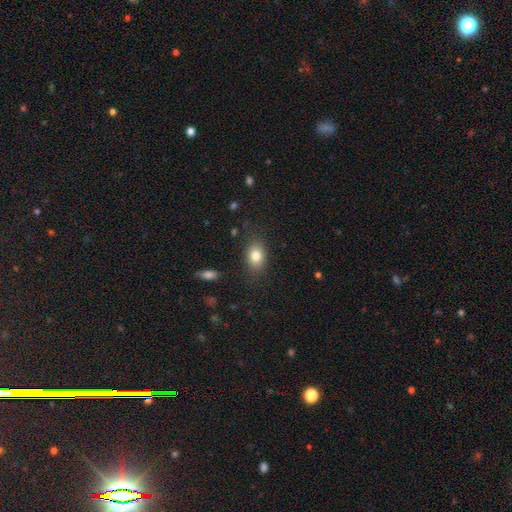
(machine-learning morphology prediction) Smooth or featured?
  - smooth: 80% *
  - featured or disk: 10%
  - star or artifact: 10%
How rounded?
  - in between: 72% *
  - round: 26%
  - cigar-shaped: 2%
Merging?
  - none: 82% *
  - minor disturbance: 13%
  - major disturbance: 4%
  - merger: 1%